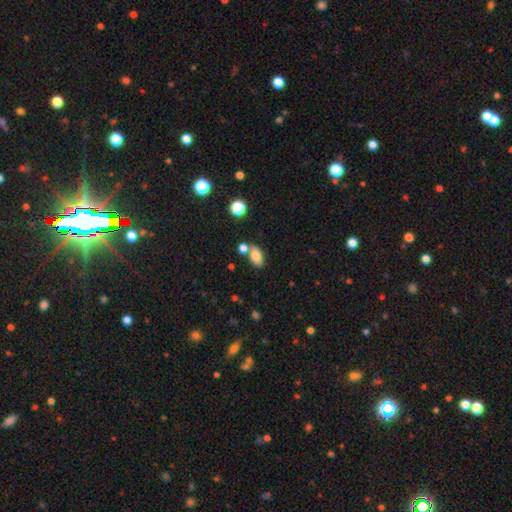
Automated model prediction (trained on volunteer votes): Q: Smooth or featured?
A: smooth (82%); runner-up: star or artifact (10%)
Q: How rounded?
A: in between (90%); runner-up: round (7%)
Q: Merging?
A: none (60%); runner-up: merger (22%)